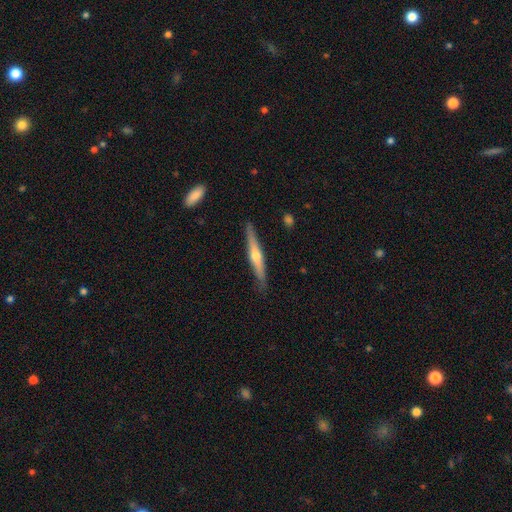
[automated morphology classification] type=featured or disk (62%); edge-on=yes (96%); edge-on bulge=rounded (86%); merging=none (86%).